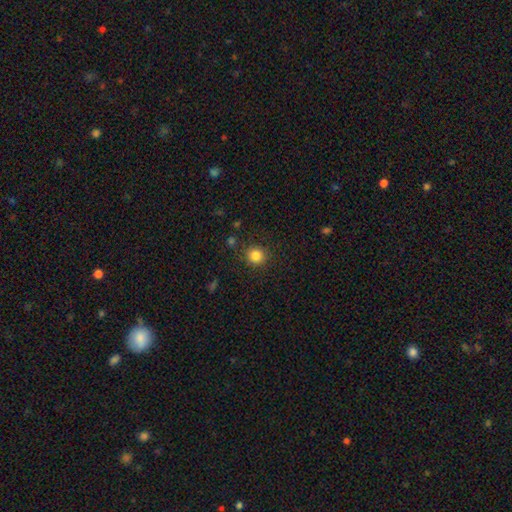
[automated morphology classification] The model was most divided on "smooth or featured": smooth: 84%, star or artifact: 11%, featured or disk: 5%. More confident: how rounded — round (91%); merging — none (88%).